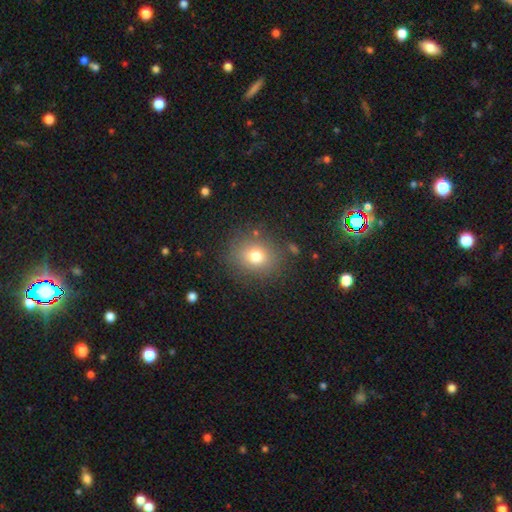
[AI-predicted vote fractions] Smooth or featured?
  - smooth: 76% *
  - star or artifact: 14%
  - featured or disk: 11%
How rounded?
  - round: 76% *
  - in between: 23%
  - cigar-shaped: 1%
Merging?
  - none: 83% *
  - minor disturbance: 10%
  - major disturbance: 4%
  - merger: 2%